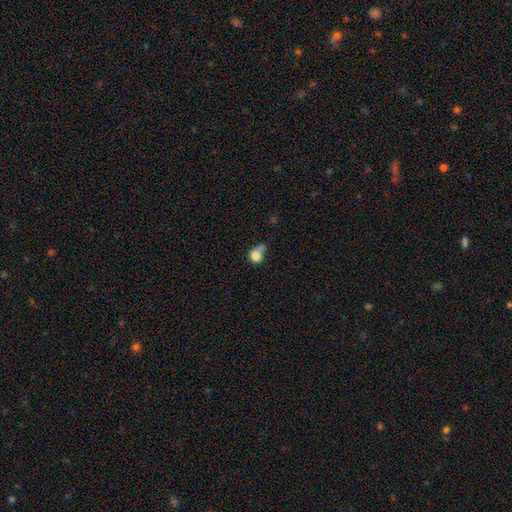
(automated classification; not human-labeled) Smooth or featured? smooth (79%)
How rounded? round (76%)
Merging? none (34%)